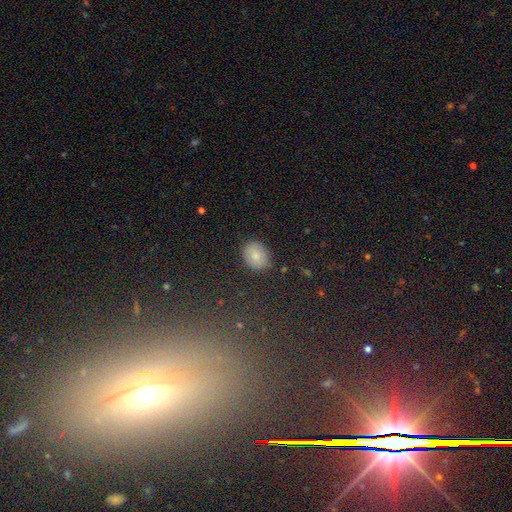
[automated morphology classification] Overall: smooth (82%). How rounded: in between (59%; round 40%). Merging: none (85%).